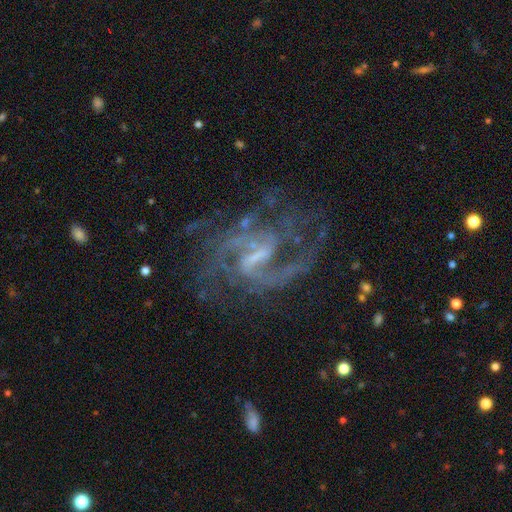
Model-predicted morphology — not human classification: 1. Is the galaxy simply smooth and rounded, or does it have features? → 90% featured or disk, 6% star or artifact, 3% smooth.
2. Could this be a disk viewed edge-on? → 98% no, 2% yes.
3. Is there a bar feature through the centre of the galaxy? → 49% weak, 38% strong, 13% no.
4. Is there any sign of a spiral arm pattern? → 97% yes, 3% no.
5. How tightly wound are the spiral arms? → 56% medium, 24% loose, 20% tight.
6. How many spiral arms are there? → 57% 2, 14% 3, 13% can't tell, 6% 4, 5% 1, 5% more than 4.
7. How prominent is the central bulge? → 51% small, 29% none, 18% moderate, 2% large, 1% dominant.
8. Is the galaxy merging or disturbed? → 62% none, 19% major disturbance, 16% minor disturbance, 3% merger.